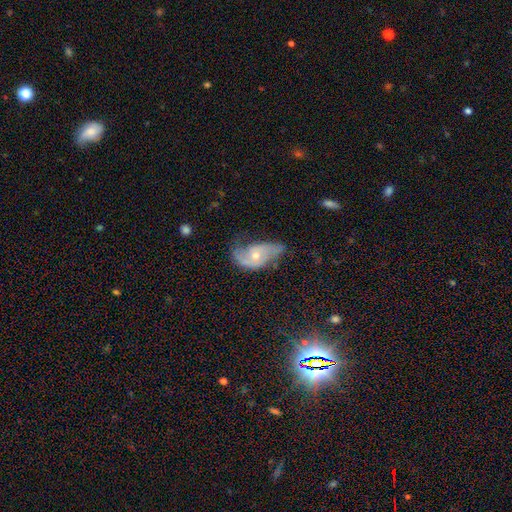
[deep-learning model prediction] Overall: featured or disk (72%). Edge-on disk: no (95%). Bar: no (73%). Spiral arms: yes (86%). Spiral arm count: 2 (75%). Spiral winding: loose (46%; medium 36%). Bulge size: small (48%, tied with moderate). Merging: none (41%; minor disturbance 34%).